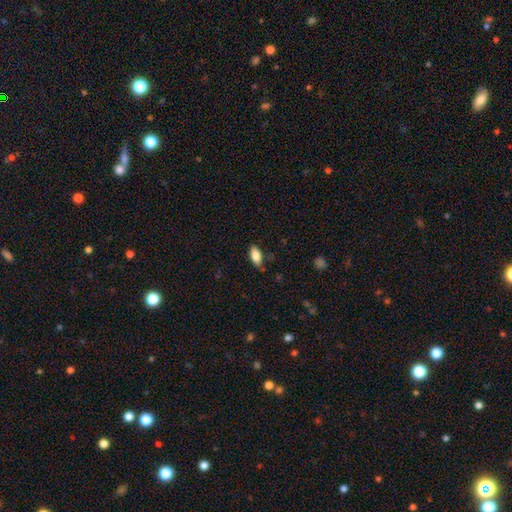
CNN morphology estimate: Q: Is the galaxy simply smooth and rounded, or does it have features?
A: smooth — 82%.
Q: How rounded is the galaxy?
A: in between — 89%.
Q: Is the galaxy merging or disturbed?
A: none — 77%.